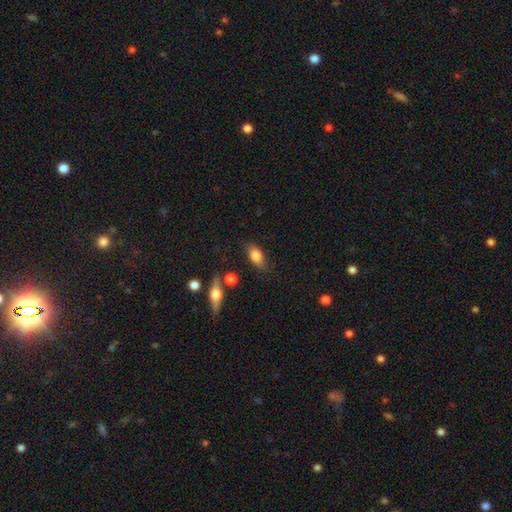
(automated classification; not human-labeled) smooth-or-featured: smooth: 75% | featured or disk: 18% | star or artifact: 8%
  how-rounded: in between: 83% | cigar-shaped: 9% | round: 7%
  merging: none: 73% | minor disturbance: 18% | major disturbance: 5% | merger: 4%